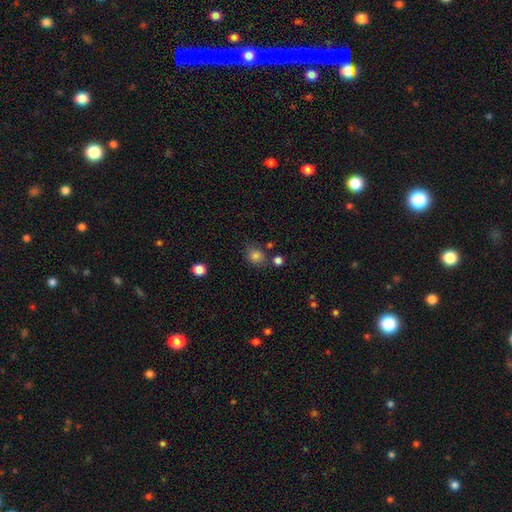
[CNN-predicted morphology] smooth-or-featured: smooth: 81% | star or artifact: 12% | featured or disk: 7%
  how-rounded: round: 58% | in between: 41% | cigar-shaped: 1%
  merging: none: 69% | minor disturbance: 18% | merger: 8% | major disturbance: 5%